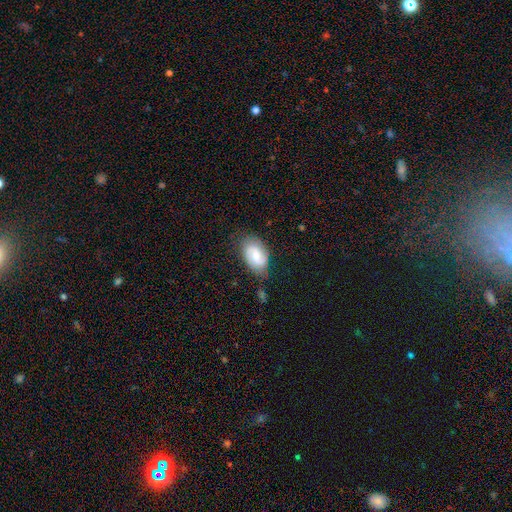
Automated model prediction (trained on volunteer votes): The model was most divided on "bulge size": moderate: 46%, small: 36%, none: 9%, large: 7%, dominant: 2%. Remaining: edge-on disk — no (97%); spiral arms — yes (91%); spiral arm count — 2 (85%); merging — none (72%); smooth or featured — featured or disk (59%); bar — weak (54%); spiral winding — medium (46%).